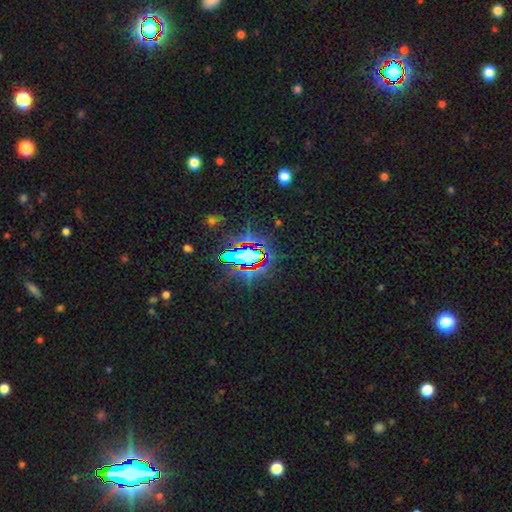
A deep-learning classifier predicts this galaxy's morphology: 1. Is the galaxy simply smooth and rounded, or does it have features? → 76% star or artifact, 13% smooth, 11% featured or disk.